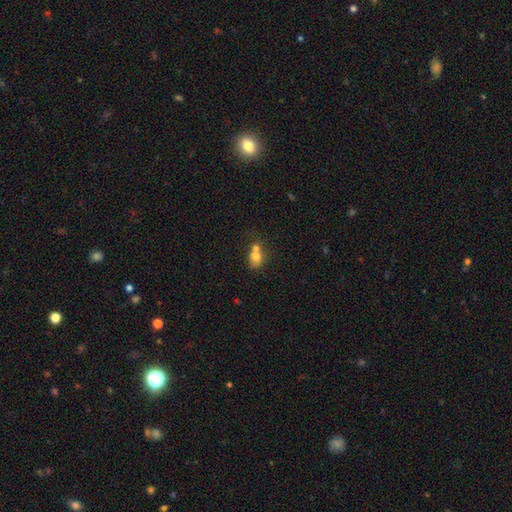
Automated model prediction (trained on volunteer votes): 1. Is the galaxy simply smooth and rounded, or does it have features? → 73% smooth, 16% featured or disk, 11% star or artifact.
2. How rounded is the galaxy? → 51% round, 48% in between, 1% cigar-shaped.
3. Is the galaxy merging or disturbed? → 57% merger, 27% none, 10% minor disturbance, 6% major disturbance.